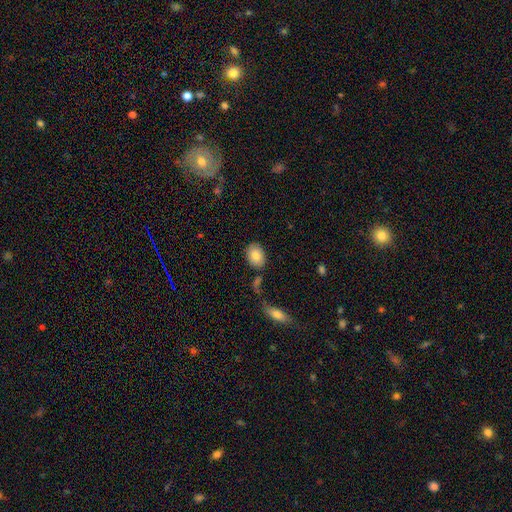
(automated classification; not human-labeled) Smooth or featured? Predicted: smooth (p=0.85). How rounded? Predicted: in between (p=0.81). Merging? Predicted: none (p=0.79).